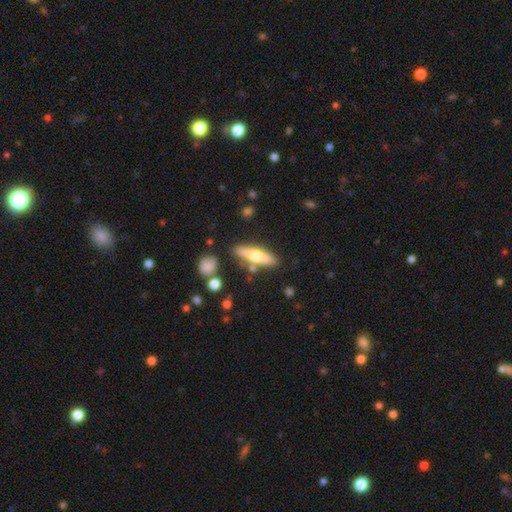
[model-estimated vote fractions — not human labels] Smooth or featured: smooth — 48% (featured or disk — 46%)
Merging: none — 79% (minor disturbance — 12%)